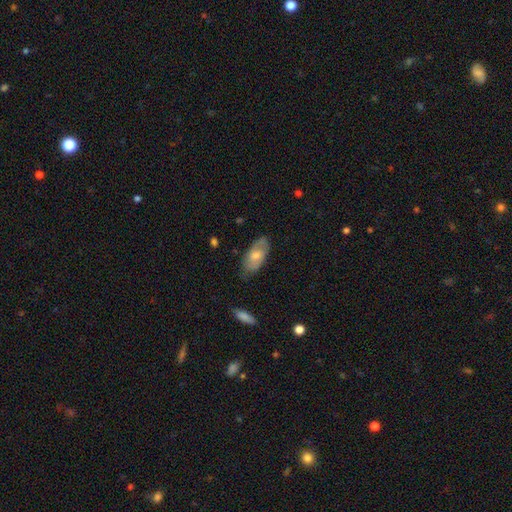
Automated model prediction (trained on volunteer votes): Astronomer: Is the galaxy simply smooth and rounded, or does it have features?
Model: smooth — 49% (runner-up: featured or disk, 44%).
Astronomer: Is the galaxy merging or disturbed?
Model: none — 77%.